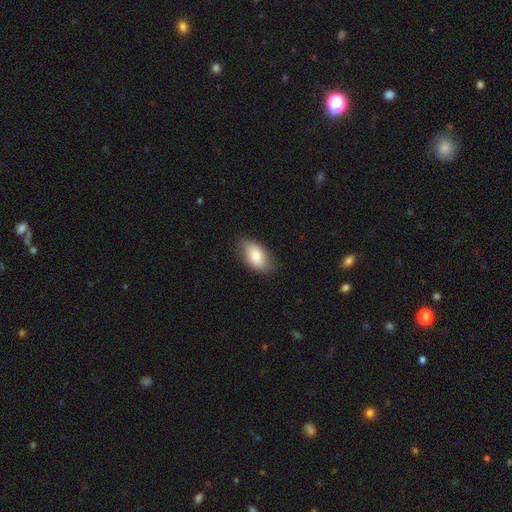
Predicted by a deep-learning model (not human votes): A smooth galaxy with no disk features (80%) that is in between round and cigar-shaped (93%).

Vote fractions:
- Smooth or featured? smooth: 80% / featured or disk: 14% / star or artifact: 6%
- How rounded? in between: 93% / round: 5% / cigar-shaped: 2%
- Merging? none: 81% / minor disturbance: 15% / major disturbance: 3% / merger: 1%